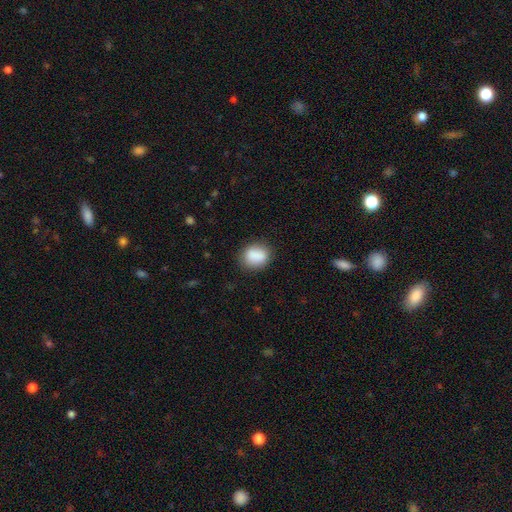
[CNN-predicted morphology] Smooth or featured? Predicted: smooth (p=0.87). How rounded? Predicted: in between (p=0.50). Merging? Predicted: none (p=0.81).